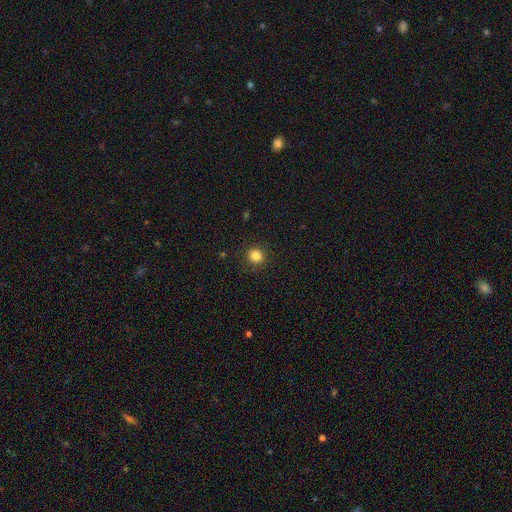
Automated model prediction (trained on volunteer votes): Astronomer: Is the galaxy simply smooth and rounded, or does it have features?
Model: smooth — 84%.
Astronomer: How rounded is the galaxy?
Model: round — 86%.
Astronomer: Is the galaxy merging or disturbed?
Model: none — 91%.